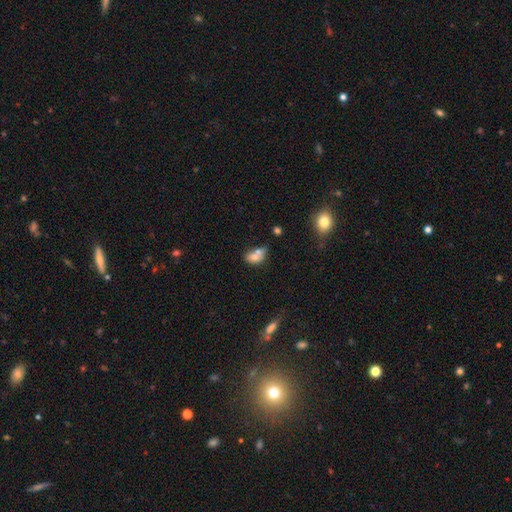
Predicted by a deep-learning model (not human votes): Morphology: type=smooth (69%); roundness=in between (67%); merging=merger (54%).